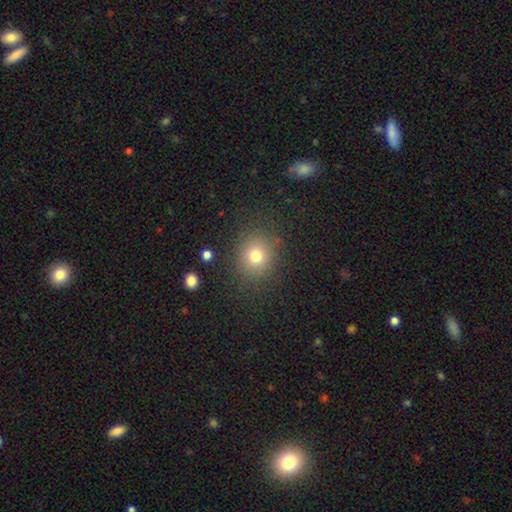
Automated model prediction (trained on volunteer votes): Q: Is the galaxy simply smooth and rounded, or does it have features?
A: smooth — 76%.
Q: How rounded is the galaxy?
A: round — 81%.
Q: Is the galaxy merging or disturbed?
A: none — 85%.